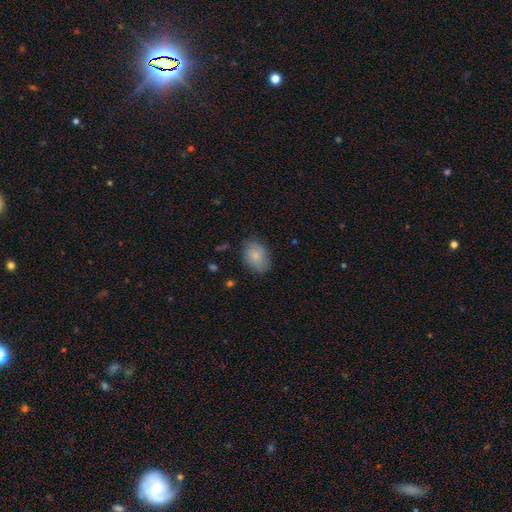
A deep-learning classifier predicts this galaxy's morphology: This appears to be a smooth galaxy with no disk features (81%) that is in between round and cigar-shaped (77%). Merging: none (77%).